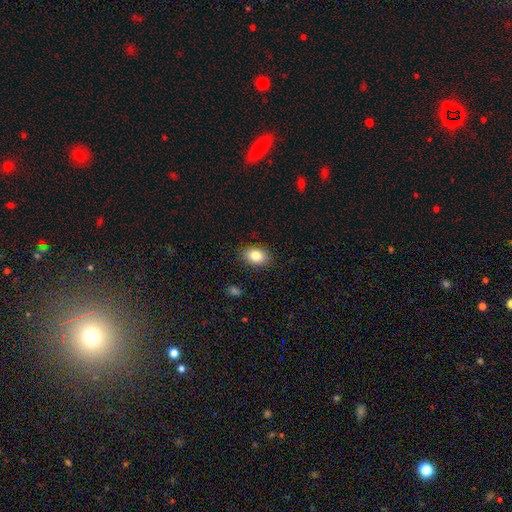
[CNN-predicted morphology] Q: Smooth or featured?
A: smooth (82%); runner-up: featured or disk (10%)
Q: How rounded?
A: in between (78%); runner-up: round (21%)
Q: Merging?
A: none (86%); runner-up: minor disturbance (10%)